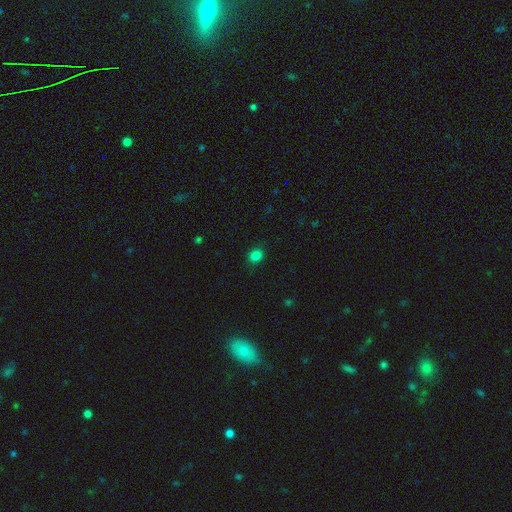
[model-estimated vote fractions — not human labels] Smooth or featured? Predicted: smooth (p=0.82). How rounded? Predicted: round (p=0.66). Merging? Predicted: none (p=0.87).